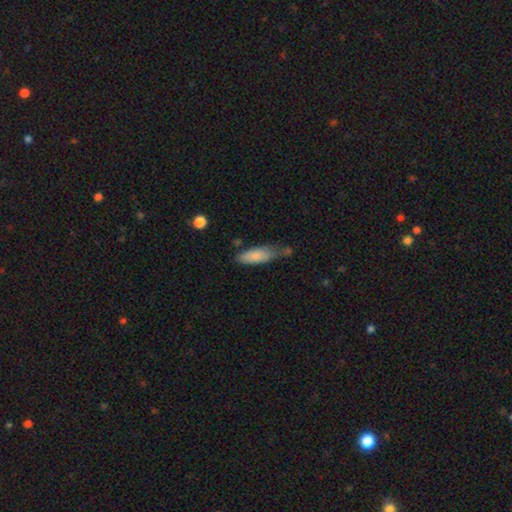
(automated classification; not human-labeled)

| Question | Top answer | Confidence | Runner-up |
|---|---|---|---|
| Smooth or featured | smooth | 82% | featured or disk (12%) |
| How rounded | in between | 60% | cigar-shaped (38%) |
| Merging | none | 43% | minor disturbance (36%) |